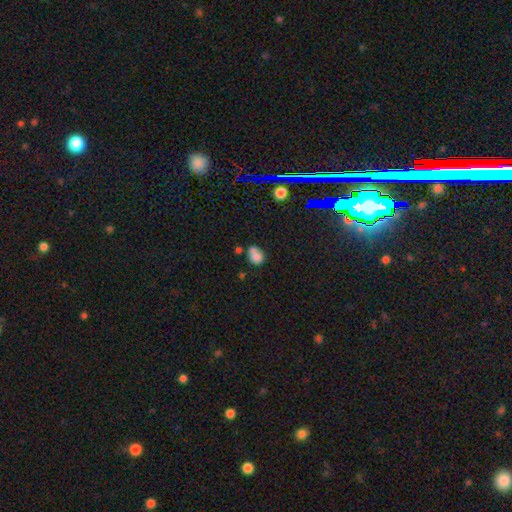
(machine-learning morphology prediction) Smooth or featured? smooth (75%)
How rounded? round (55%)
Merging? none (37%, tied with merger)